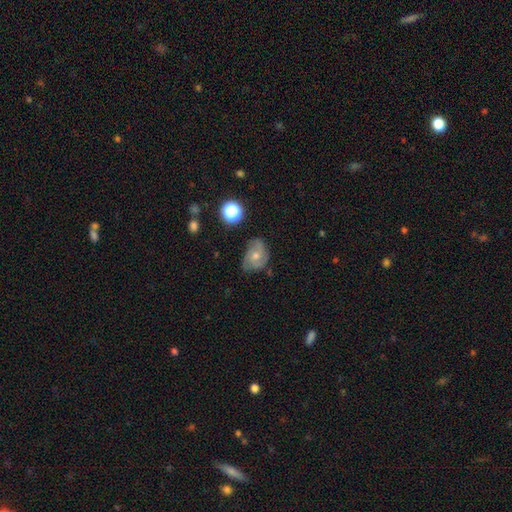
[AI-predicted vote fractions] Smooth or featured: featured or disk — 49% (smooth — 40%)
Merging: none — 51% (minor disturbance — 34%)